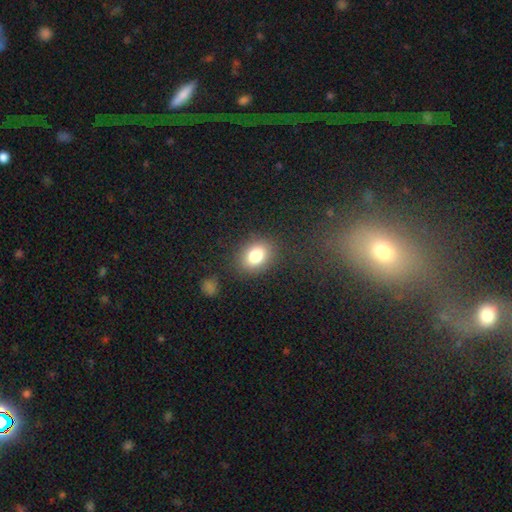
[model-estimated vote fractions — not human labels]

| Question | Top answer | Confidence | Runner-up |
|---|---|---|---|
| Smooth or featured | smooth | 81% | star or artifact (10%) |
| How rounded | in between | 61% | round (38%) |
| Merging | none | 83% | minor disturbance (10%) |